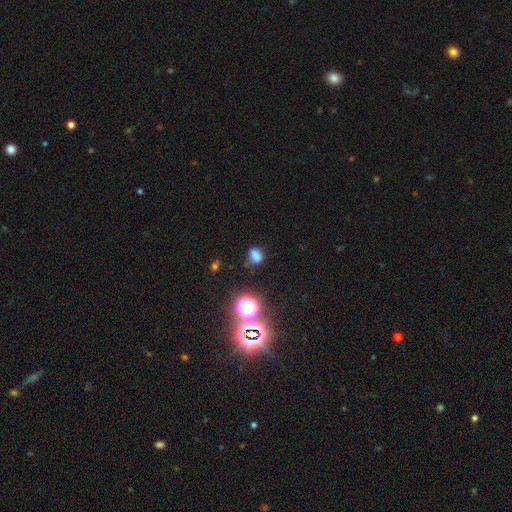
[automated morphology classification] smooth_or_featured: smooth (p=0.71) [alt: star or artifact p=0.21]
how_rounded: in between (p=0.70) [alt: round p=0.28]
merging: none (p=0.68) [alt: minor disturbance p=0.20]